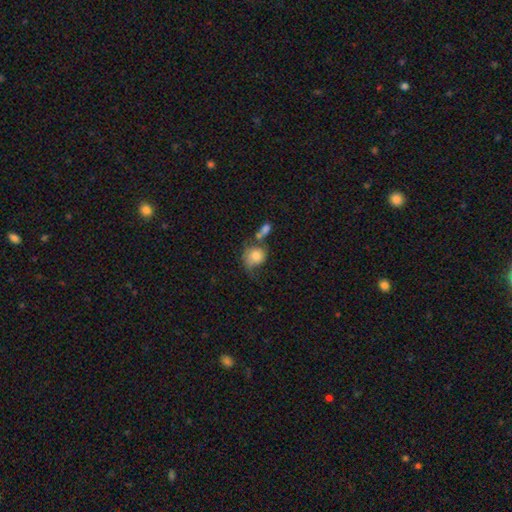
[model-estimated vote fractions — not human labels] A smooth galaxy with no disk features (68%) that is round (67%). Merging: none (29%).